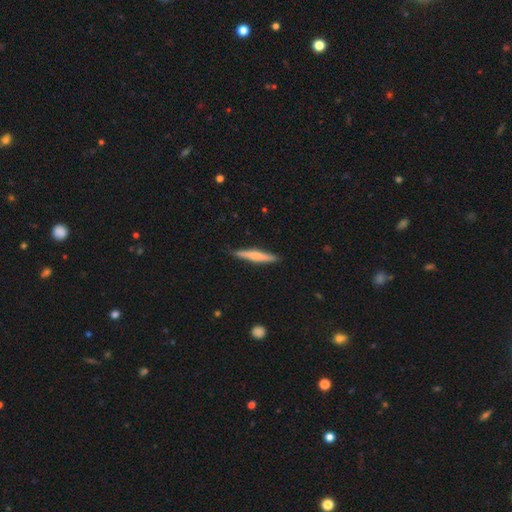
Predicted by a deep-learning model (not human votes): Smooth or featured? smooth (58%)
How rounded? cigar-shaped (93%)
Merging? none (88%)